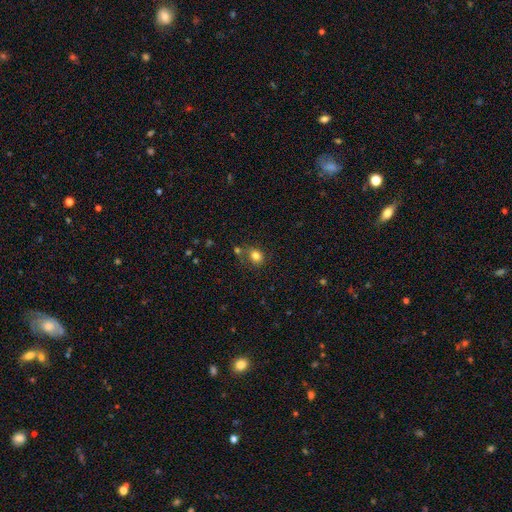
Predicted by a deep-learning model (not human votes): Q: Smooth or featured?
A: smooth (81%); runner-up: star or artifact (12%)
Q: How rounded?
A: round (58%); runner-up: in between (41%)
Q: Merging?
A: none (67%); runner-up: minor disturbance (15%)